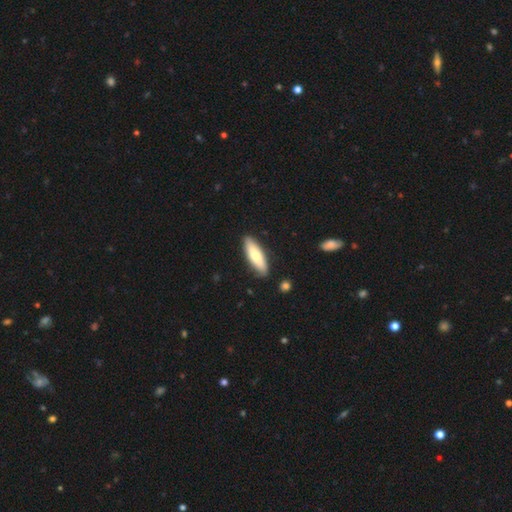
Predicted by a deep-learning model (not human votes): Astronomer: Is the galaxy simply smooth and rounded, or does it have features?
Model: smooth — 72%.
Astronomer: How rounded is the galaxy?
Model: cigar-shaped — 54% (runner-up: in between, 44%).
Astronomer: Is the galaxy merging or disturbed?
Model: none — 88%.